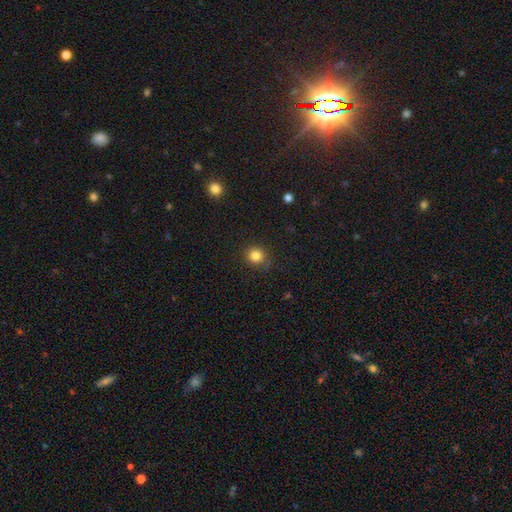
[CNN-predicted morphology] Smooth or featured: smooth — 84% (star or artifact — 12%)
How rounded: round — 89% (in between — 10%)
Merging: none — 84% (minor disturbance — 11%)